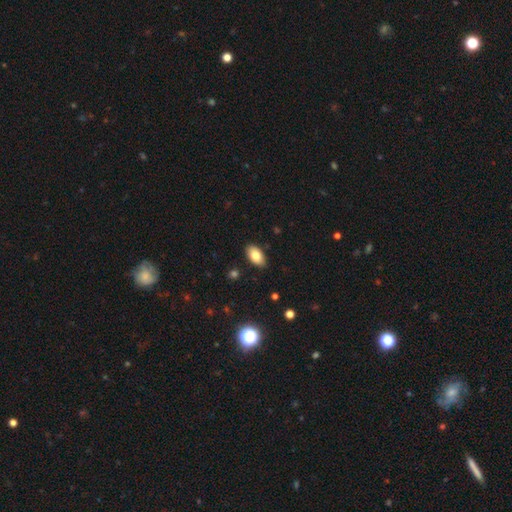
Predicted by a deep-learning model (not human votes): Smooth or featured?
  - smooth: 80% *
  - featured or disk: 13%
  - star or artifact: 8%
How rounded?
  - in between: 94% *
  - round: 4%
  - cigar-shaped: 2%
Merging?
  - none: 88% *
  - minor disturbance: 9%
  - major disturbance: 2%
  - merger: 1%